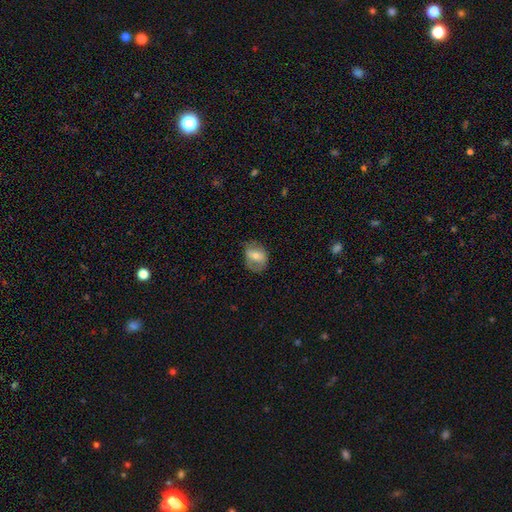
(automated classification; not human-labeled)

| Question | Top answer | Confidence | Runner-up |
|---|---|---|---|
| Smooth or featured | smooth | 54% | featured or disk (38%) |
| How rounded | in between | 54% | round (44%) |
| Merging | none | 66% | minor disturbance (23%) |